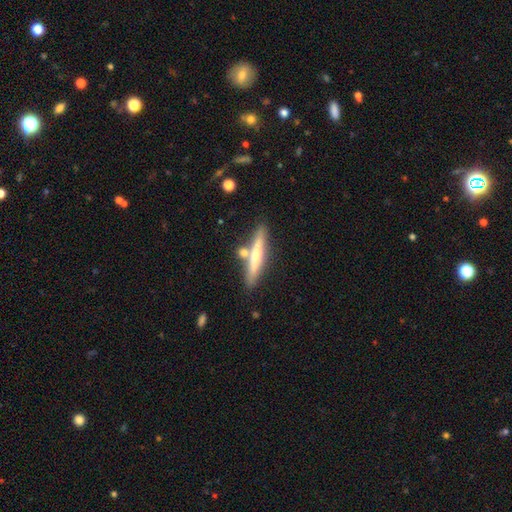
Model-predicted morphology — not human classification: Smooth or featured?
  - featured or disk: 55% *
  - smooth: 39%
  - star or artifact: 7%
Edge-on disk?
  - yes: 94% *
  - no: 6%
Edge-on bulge?
  - rounded: 79% *
  - none: 16%
  - boxy: 5%
Merging?
  - none: 74% *
  - merger: 13%
  - minor disturbance: 11%
  - major disturbance: 3%